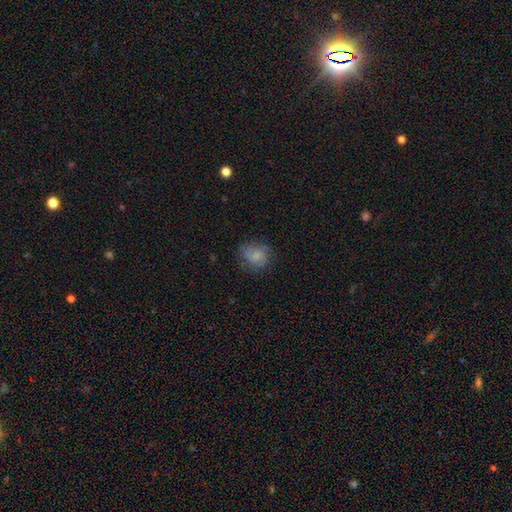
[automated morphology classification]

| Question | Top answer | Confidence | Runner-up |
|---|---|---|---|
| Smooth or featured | smooth | 64% | featured or disk (27%) |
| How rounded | round | 71% | in between (28%) |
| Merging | none | 65% | minor disturbance (23%) |